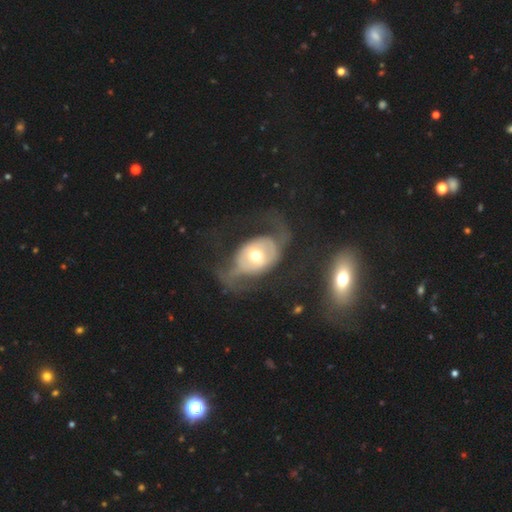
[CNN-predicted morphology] smooth_or_featured: featured or disk (p=0.68) [alt: smooth p=0.26]
disk_edge_on: no (p=0.93) [alt: yes p=0.07]
bar: no (p=0.70) [alt: weak p=0.20]
has_spiral_arms: yes (p=0.59) [alt: no p=0.41]
bulge_size: moderate (p=0.69) [alt: small p=0.18]
merging: major disturbance (p=0.40) [alt: none p=0.39]